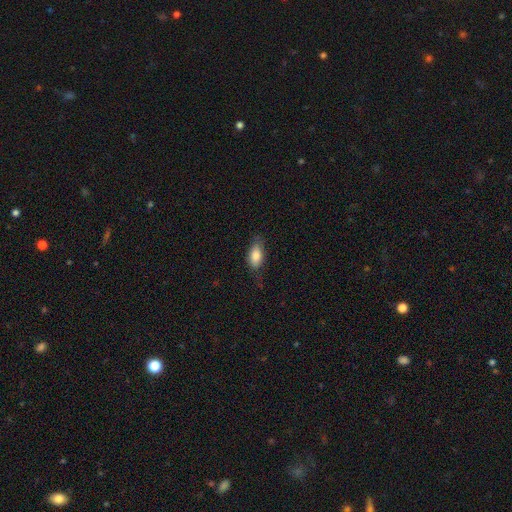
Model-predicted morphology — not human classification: smooth_or_featured: smooth (p=0.81) [alt: featured or disk p=0.12]
how_rounded: in between (p=0.88) [alt: cigar-shaped p=0.08]
merging: none (p=0.67) [alt: minor disturbance p=0.25]